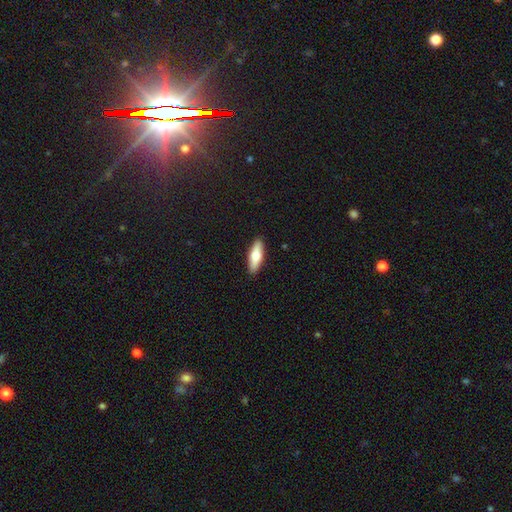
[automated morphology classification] smooth_or_featured: smooth (p=0.67) [alt: featured or disk p=0.28]
how_rounded: in between (p=0.49) [alt: cigar-shaped p=0.48]
merging: none (p=0.90) [alt: minor disturbance p=0.07]